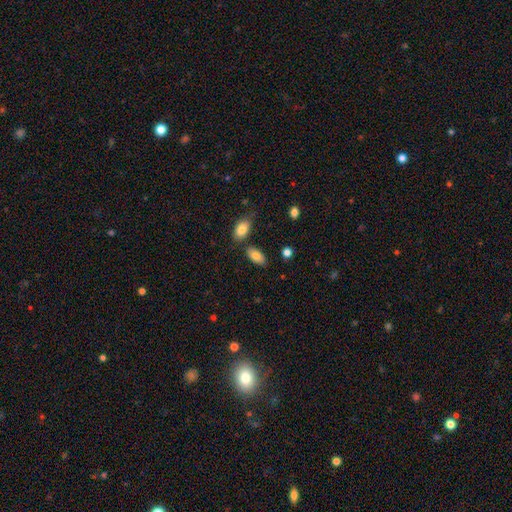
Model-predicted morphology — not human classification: Smooth or featured?
  - smooth: 81% *
  - featured or disk: 12%
  - star or artifact: 7%
How rounded?
  - in between: 92% *
  - cigar-shaped: 5%
  - round: 3%
Merging?
  - none: 75% *
  - minor disturbance: 13%
  - merger: 10%
  - major disturbance: 3%